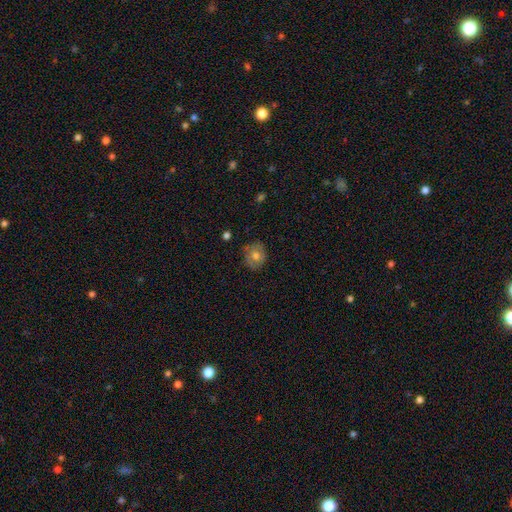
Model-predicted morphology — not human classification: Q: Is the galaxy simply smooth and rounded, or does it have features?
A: smooth — 65%.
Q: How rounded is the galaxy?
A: round — 66%.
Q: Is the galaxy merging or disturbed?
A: none — 78%.